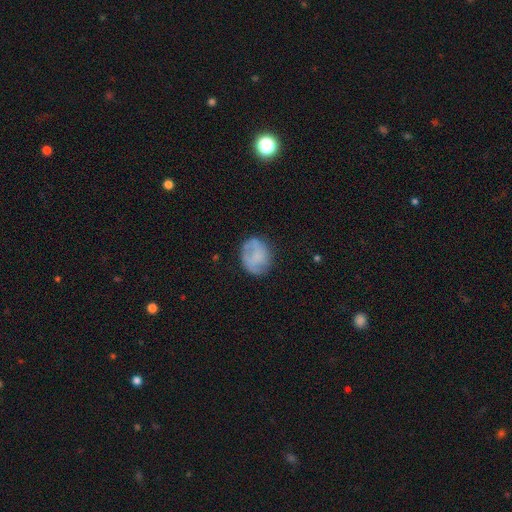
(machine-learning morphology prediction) A smooth galaxy with no disk features (61%) that is round (57%). Merging: none (63%).